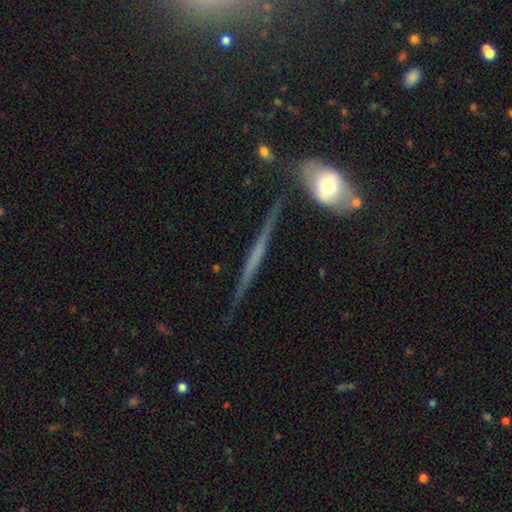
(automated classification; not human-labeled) A featured or disk galaxy (69%) viewed edge-on (94%) with no central bulge (65%).

Vote fractions:
- Smooth or featured? featured or disk: 69% / smooth: 22% / star or artifact: 9%
- Edge-on disk? yes: 94% / no: 6%
- Edge-on bulge? none: 65% / rounded: 22% / boxy: 13%
- Merging? none: 79% / minor disturbance: 13% / major disturbance: 4% / merger: 4%